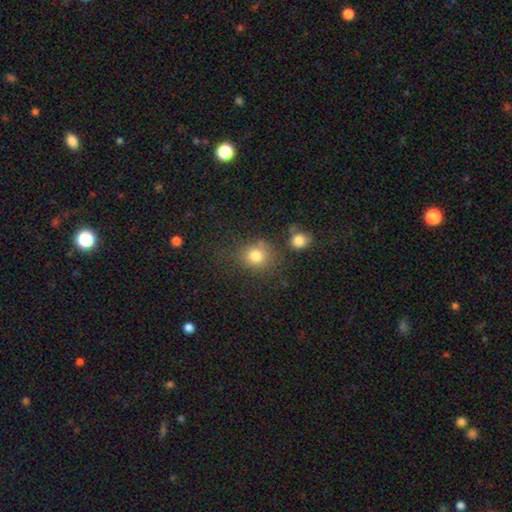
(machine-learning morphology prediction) Overall: smooth (80%). How rounded: round (79%). Merging: none (67%).